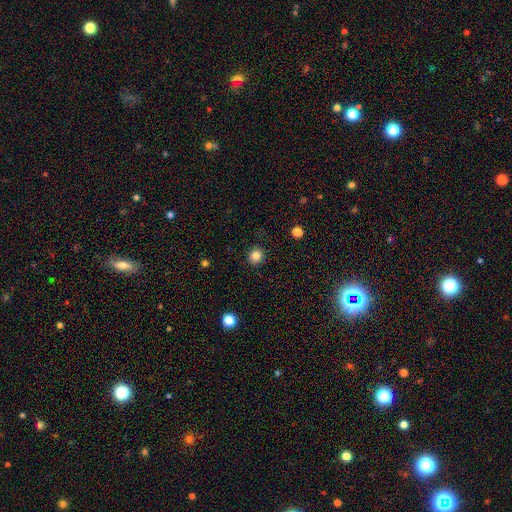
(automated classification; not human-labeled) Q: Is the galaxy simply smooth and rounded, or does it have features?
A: smooth — 85%.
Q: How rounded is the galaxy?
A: round — 87%.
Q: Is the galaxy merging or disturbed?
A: none — 90%.